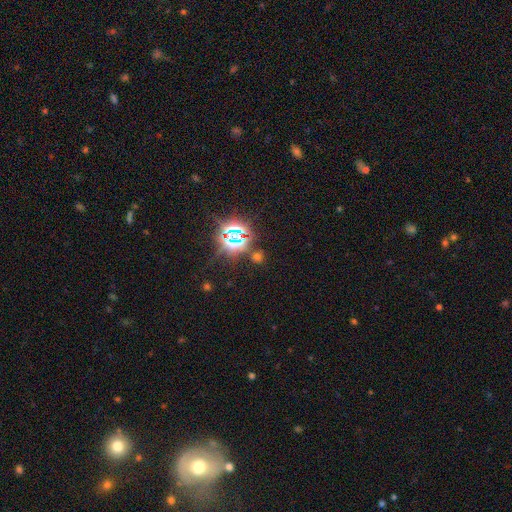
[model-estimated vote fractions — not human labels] This is likely a star or artifact rather than a galaxy (76%).